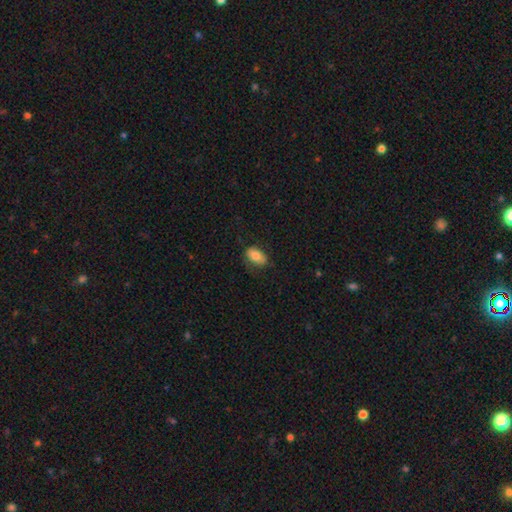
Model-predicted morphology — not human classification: A smooth galaxy with no disk features (80%) that is in between round and cigar-shaped (90%).

Vote fractions:
- Smooth or featured? smooth: 80% / featured or disk: 12% / star or artifact: 7%
- How rounded? in between: 90% / round: 7% / cigar-shaped: 3%
- Merging? none: 73% / minor disturbance: 20% / major disturbance: 6% / merger: 1%